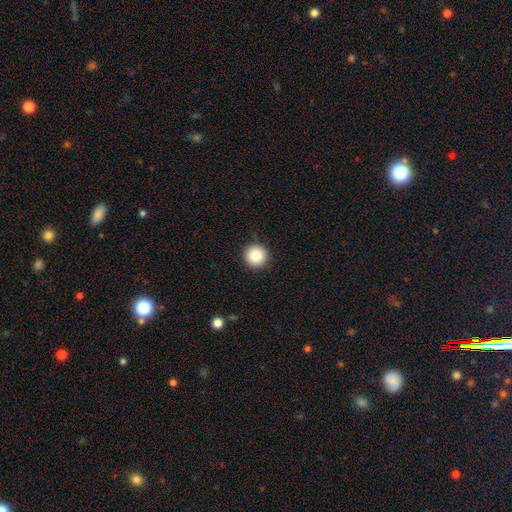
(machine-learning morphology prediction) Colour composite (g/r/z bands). It shows a smooth galaxy with no disk features (85%) that is round (96%). Merging: none (91%).